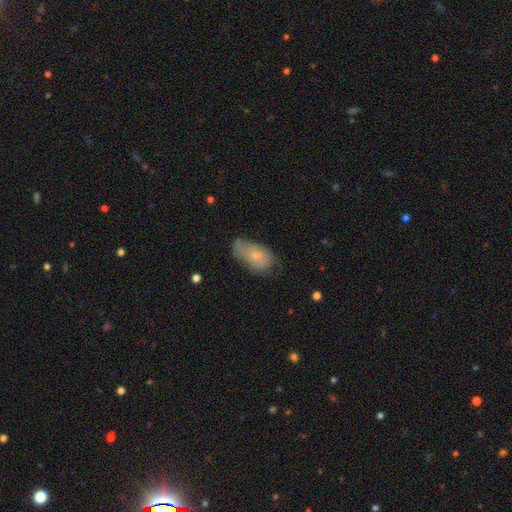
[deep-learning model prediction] The model was most divided on "merging": none: 43%, minor disturbance: 36%, major disturbance: 17%, merger: 3%. More confident: how rounded — in between (92%); smooth or featured — smooth (65%).